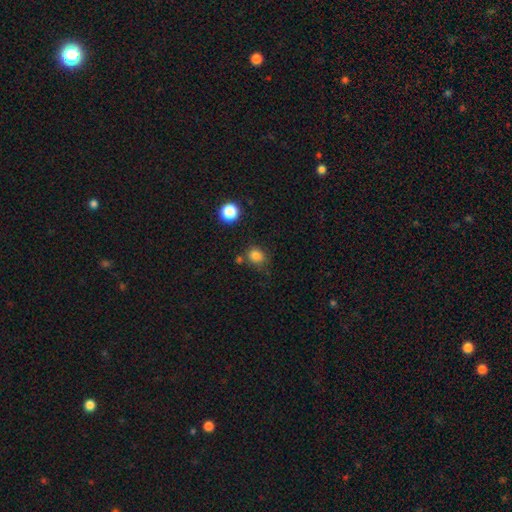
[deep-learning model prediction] Morphology: type=smooth (82%); roundness=round (67%); merging=none (70%).